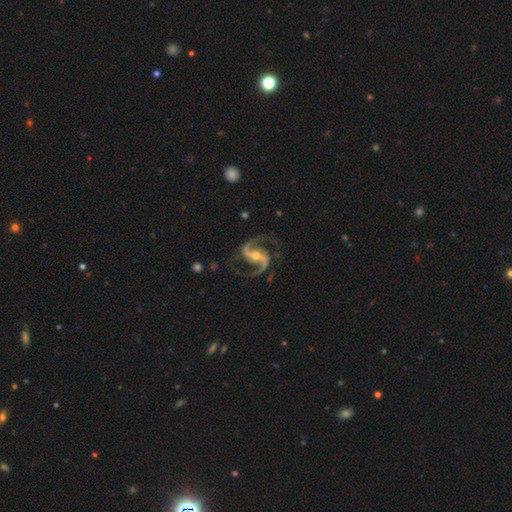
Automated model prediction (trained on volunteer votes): smooth_or_featured: featured or disk (p=0.94) [alt: star or artifact p=0.04]
disk_edge_on: no (p=0.98) [alt: yes p=0.02]
bar: strong (p=0.41) [alt: weak p=0.35]
has_spiral_arms: yes (p=0.99) [alt: no p=0.01]
spiral_winding: medium (p=0.65) [alt: loose p=0.23]
spiral_arm_count: 2 (p=0.94) [alt: 3 p=0.01]
bulge_size: moderate (p=0.58) [alt: small p=0.36]
merging: none (p=0.80) [alt: minor disturbance p=0.13]